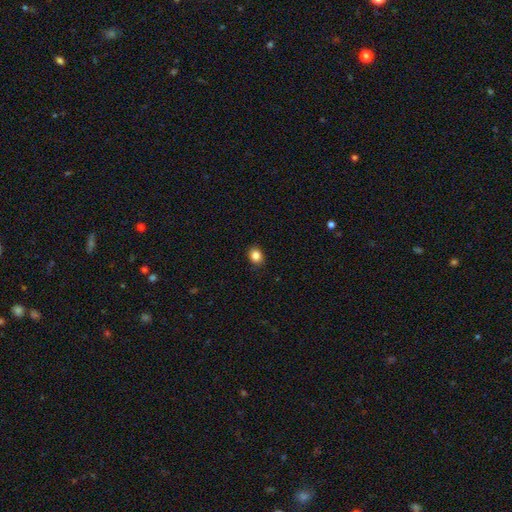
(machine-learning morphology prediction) Smooth or featured: smooth — 86% (star or artifact — 10%)
How rounded: round — 54% (in between — 45%)
Merging: none — 89% (minor disturbance — 8%)